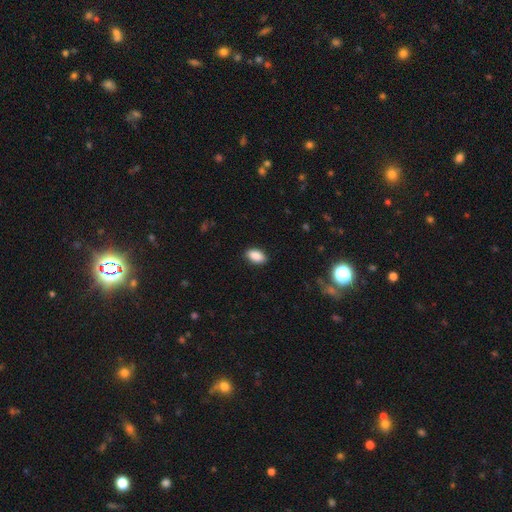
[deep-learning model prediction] This appears to be a smooth galaxy with no disk features (90%) that is in between round and cigar-shaped (93%). Merging: none (88%).